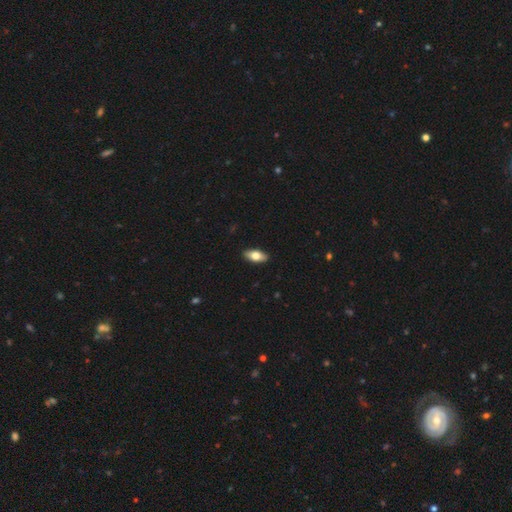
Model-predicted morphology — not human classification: type=smooth (72%); roundness=in between (86%); merging=none (90%).